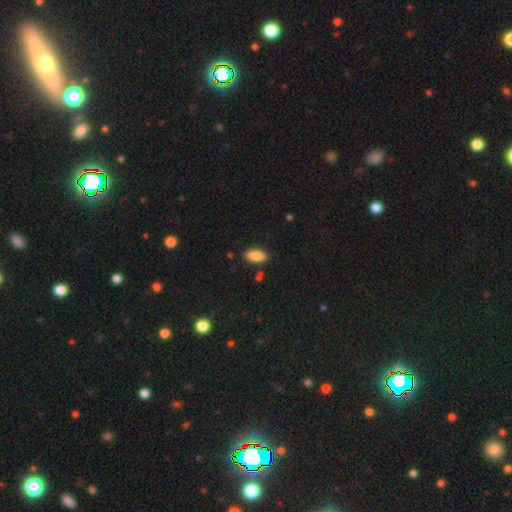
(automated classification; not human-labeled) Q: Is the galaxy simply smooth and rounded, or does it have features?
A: smooth — 87%.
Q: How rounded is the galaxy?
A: in between — 91%.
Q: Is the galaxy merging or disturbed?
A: none — 84%.